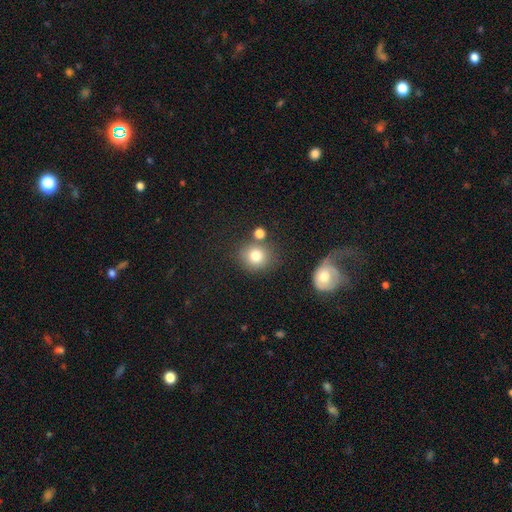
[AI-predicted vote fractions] Q: Smooth or featured?
A: smooth (80%); runner-up: star or artifact (11%)
Q: How rounded?
A: round (84%); runner-up: in between (15%)
Q: Merging?
A: none (71%); runner-up: merger (14%)